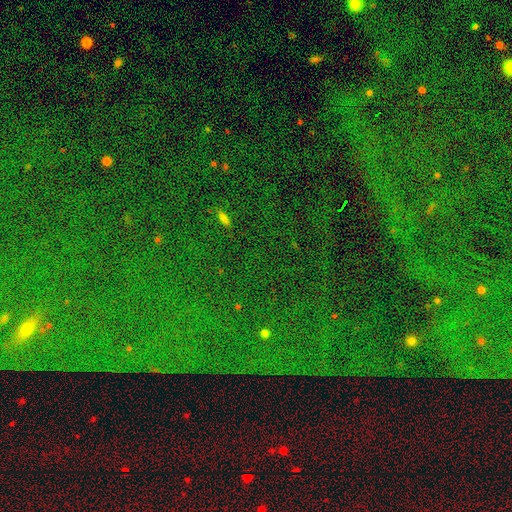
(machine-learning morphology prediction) A star or artifact, not a galaxy (70%).